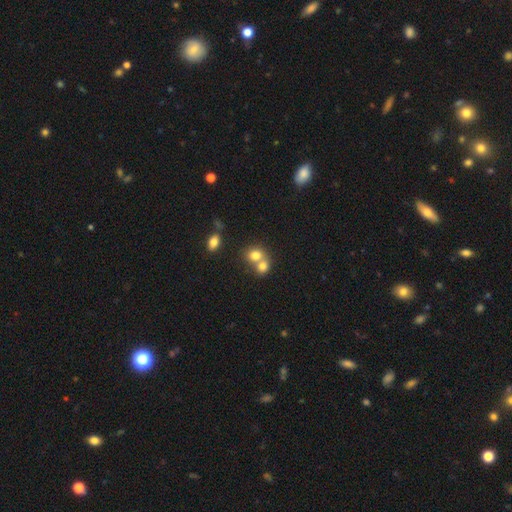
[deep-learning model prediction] Smooth or featured? Predicted: smooth (p=0.76). How rounded? Predicted: round (p=0.63). Merging? Predicted: merger (p=0.63).